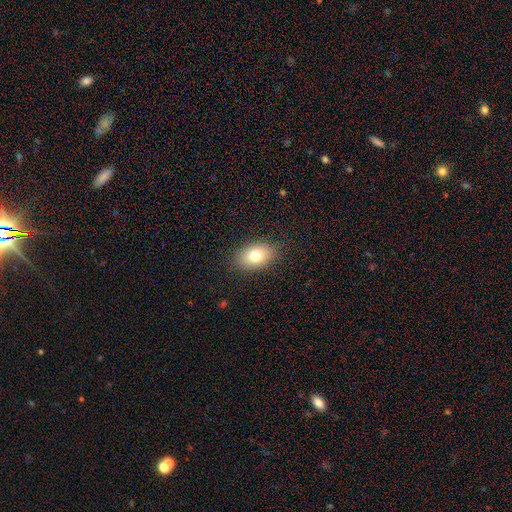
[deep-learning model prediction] This is likely a smooth galaxy (78%). How rounded: clearly in between (86%). Merging: clearly none (86%).